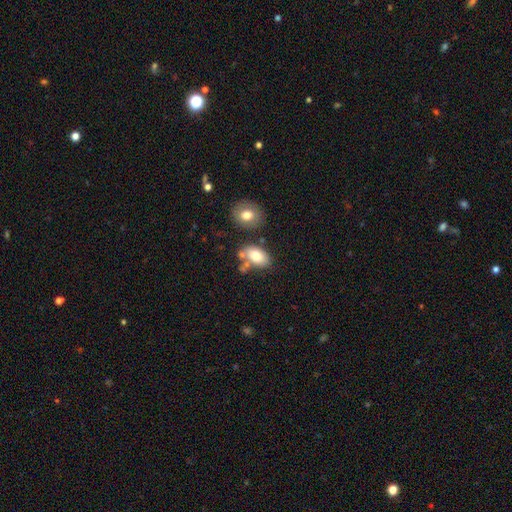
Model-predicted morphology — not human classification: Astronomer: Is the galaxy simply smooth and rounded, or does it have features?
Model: smooth — 77%.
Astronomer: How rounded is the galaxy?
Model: in between — 90%.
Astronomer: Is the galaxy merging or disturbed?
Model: none — 56%.